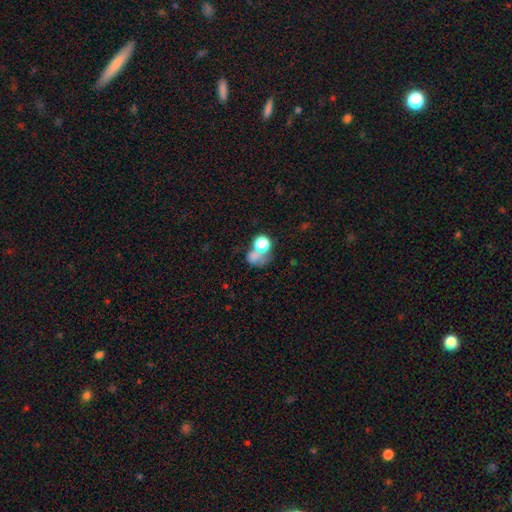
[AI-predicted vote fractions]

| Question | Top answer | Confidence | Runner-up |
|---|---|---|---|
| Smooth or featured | smooth | 67% | star or artifact (19%) |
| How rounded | round | 67% | in between (32%) |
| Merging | merger | 41% | none (32%) |